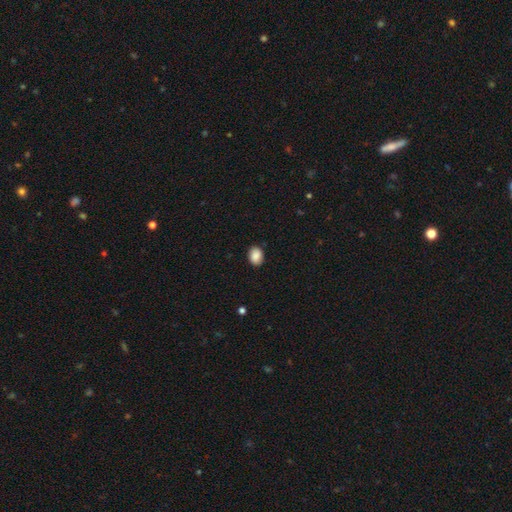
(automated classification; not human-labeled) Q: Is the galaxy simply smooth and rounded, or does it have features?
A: smooth — 88%.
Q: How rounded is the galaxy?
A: in between — 65%.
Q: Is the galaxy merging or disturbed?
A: none — 87%.